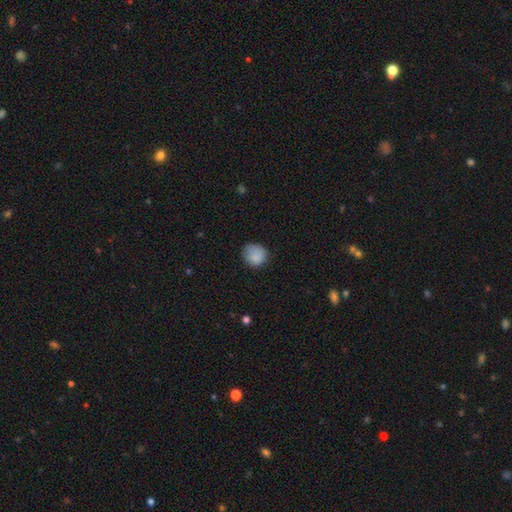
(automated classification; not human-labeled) smooth-or-featured: smooth: 85% | star or artifact: 9% | featured or disk: 7%
  how-rounded: round: 78% | in between: 21% | cigar-shaped: 1%
  merging: none: 66% | minor disturbance: 25% | major disturbance: 7% | merger: 1%